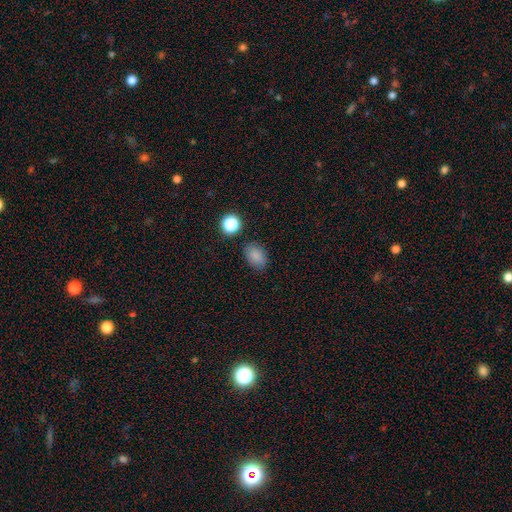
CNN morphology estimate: Smooth or featured? Predicted: smooth (p=0.84). How rounded? Predicted: in between (p=0.80). Merging? Predicted: none (p=0.83).